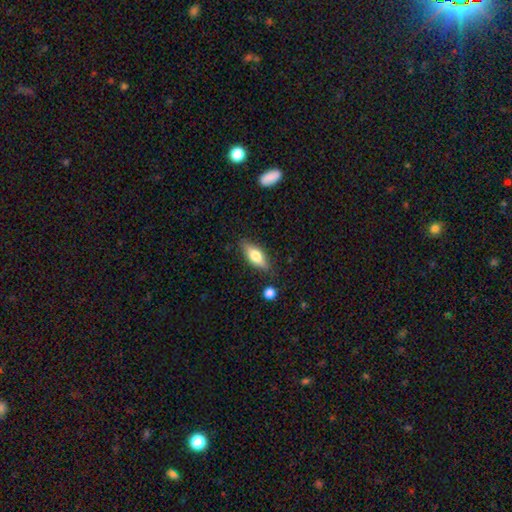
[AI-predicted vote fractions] Smooth or featured?
  - smooth: 57% *
  - featured or disk: 36%
  - star or artifact: 7%
How rounded?
  - in between: 66% *
  - cigar-shaped: 31%
  - round: 4%
Merging?
  - none: 82% *
  - minor disturbance: 12%
  - major disturbance: 3%
  - merger: 3%